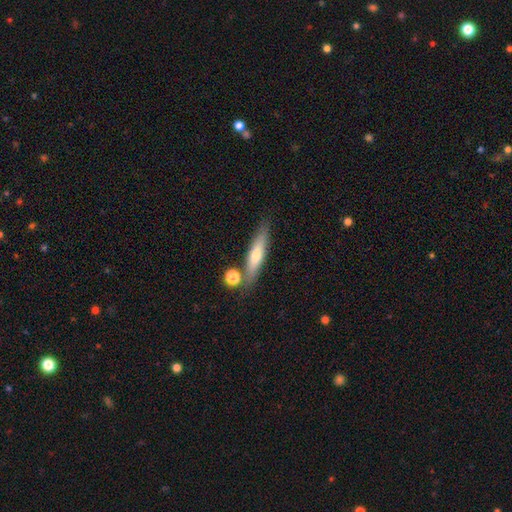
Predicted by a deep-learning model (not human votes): The model was most divided on "smooth or featured": smooth: 55%, featured or disk: 38%, star or artifact: 7%. More confident: how rounded — cigar-shaped (81%); merging — none (73%).